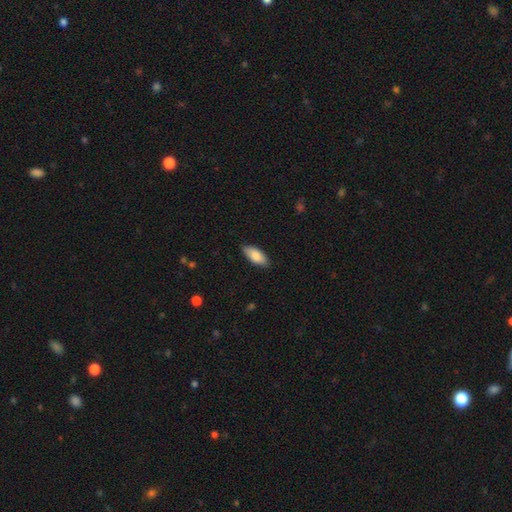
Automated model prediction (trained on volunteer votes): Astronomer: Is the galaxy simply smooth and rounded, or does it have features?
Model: smooth — 85%.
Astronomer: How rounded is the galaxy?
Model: in between — 86%.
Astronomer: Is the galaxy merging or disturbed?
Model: none — 86%.